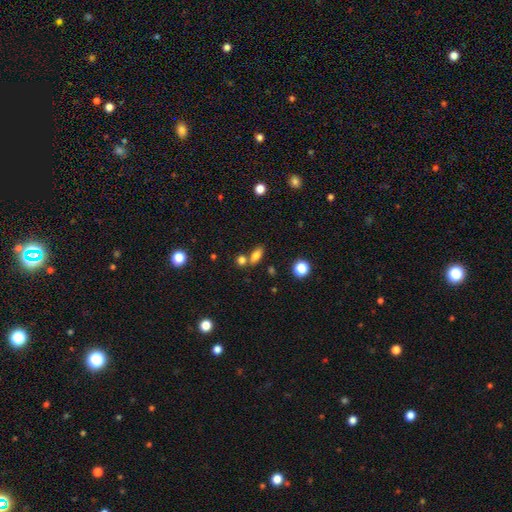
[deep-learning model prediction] The model was most divided on "merging": none: 61%, merger: 25%, minor disturbance: 11%, major disturbance: 4%. More confident: smooth or featured — smooth (80%); how rounded — in between (79%).